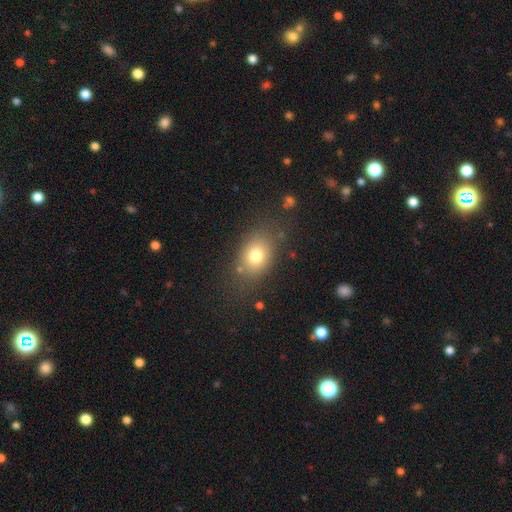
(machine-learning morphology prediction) A smooth galaxy with no disk features (76%) that is in between round and cigar-shaped (65%).

Vote fractions:
- Smooth or featured? smooth: 76% / featured or disk: 13% / star or artifact: 12%
- How rounded? in between: 65% / round: 34% / cigar-shaped: 1%
- Merging? none: 74% / minor disturbance: 15% / major disturbance: 7% / merger: 4%